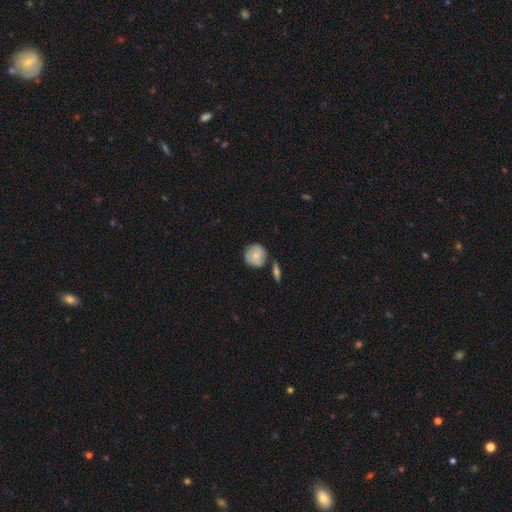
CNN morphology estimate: Q: Smooth or featured?
A: smooth (66%); runner-up: featured or disk (27%)
Q: How rounded?
A: round (90%); runner-up: in between (9%)
Q: Merging?
A: none (68%); runner-up: minor disturbance (17%)